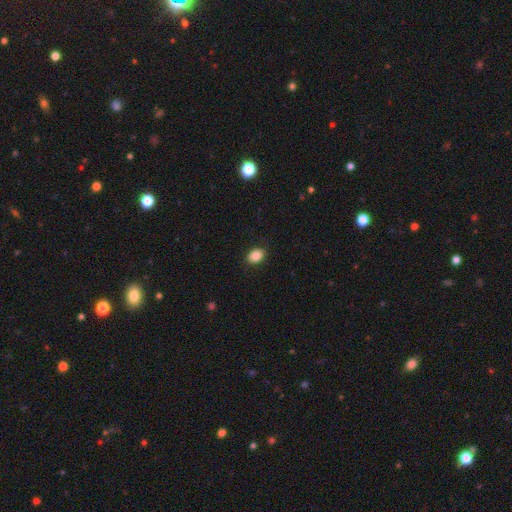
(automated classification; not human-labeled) smooth 86%, star or artifact 9%, featured or disk 6%. Down the decision tree: how rounded — in between (70%); merging — none (89%).